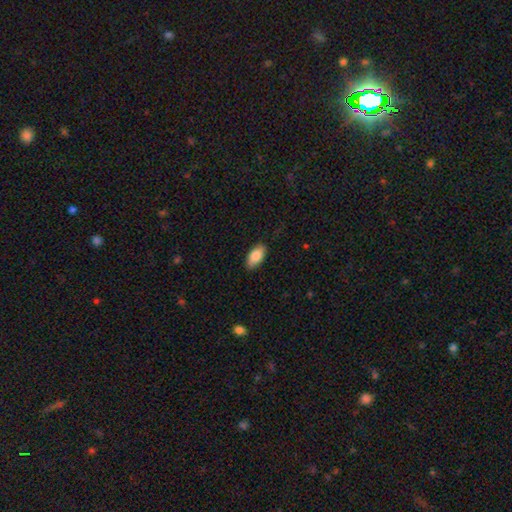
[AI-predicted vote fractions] Smooth or featured? smooth (85%)
How rounded? in between (92%)
Merging? none (87%)